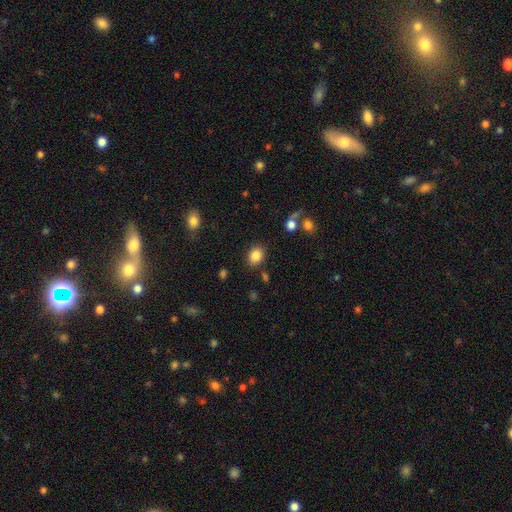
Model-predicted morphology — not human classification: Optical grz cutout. It shows a smooth galaxy with no disk features (85%) that is in between round and cigar-shaped (53%). Merging: none (84%).